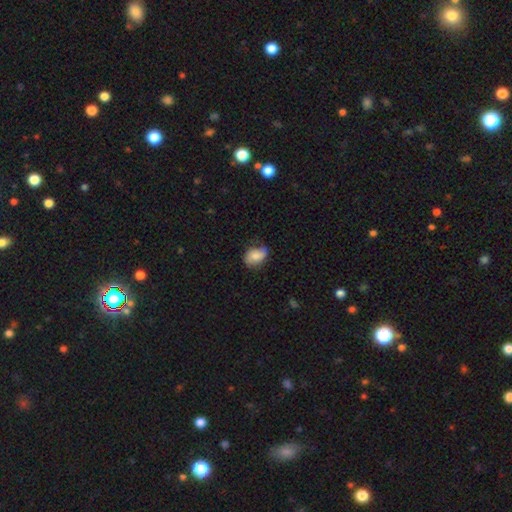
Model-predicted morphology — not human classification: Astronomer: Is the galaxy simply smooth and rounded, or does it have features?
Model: smooth — 61%.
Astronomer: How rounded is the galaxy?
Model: in between — 79%.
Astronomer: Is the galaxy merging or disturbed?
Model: none — 59%.